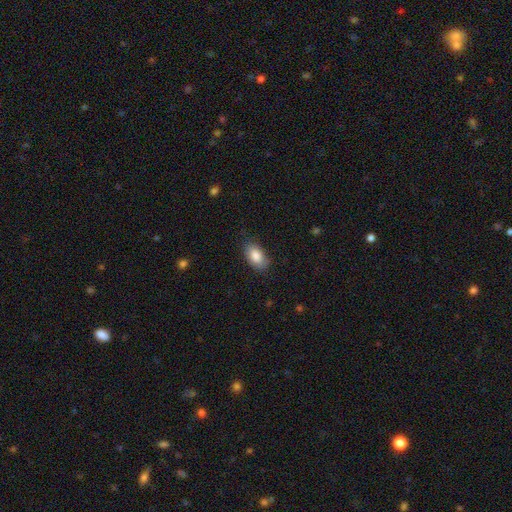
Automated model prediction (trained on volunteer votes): This is clearly a smooth galaxy (86%). How rounded: clearly in between (93%). Merging: likely none (80%).